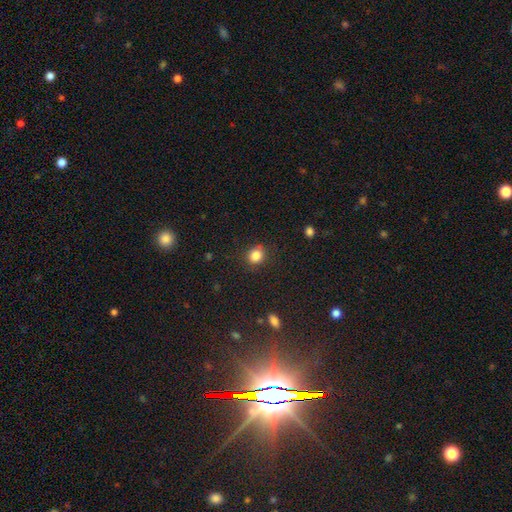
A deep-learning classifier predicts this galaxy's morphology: Overall: smooth (85%). How rounded: round (76%). Merging: none (85%).